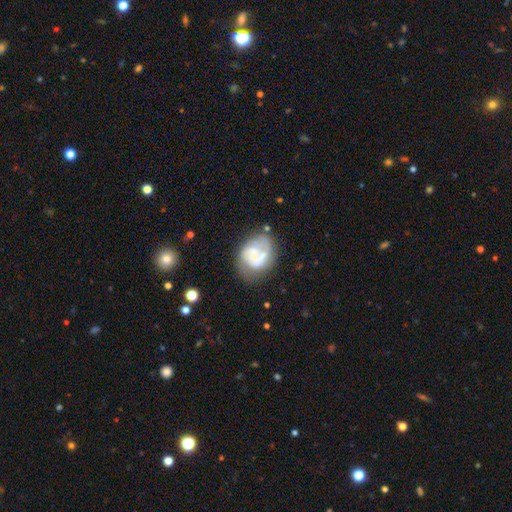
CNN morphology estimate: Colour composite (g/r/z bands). It shows a featured or disk galaxy (53%) with no bar (66%), spiral arms (60%) and no central bulge (50%). Merging: none (46%).